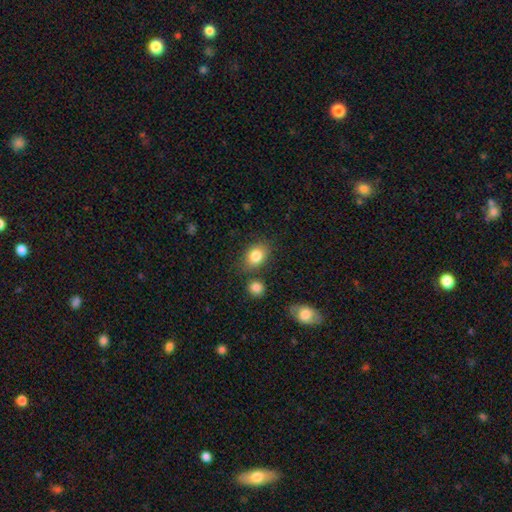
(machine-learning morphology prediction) A smooth galaxy with no disk features (83%) that is in between round and cigar-shaped (67%). Merging: none (75%).